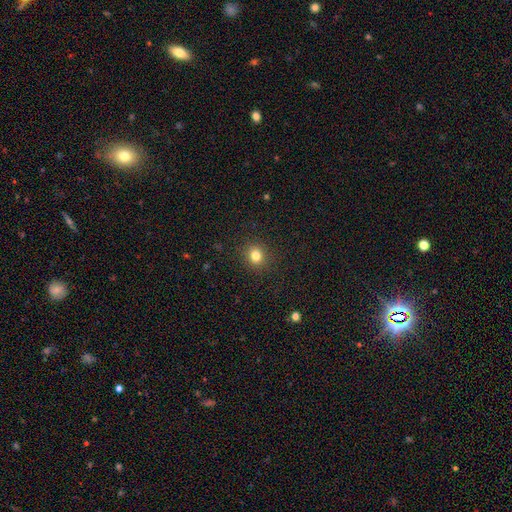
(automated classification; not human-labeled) This is clearly a smooth galaxy (81%). How rounded: clearly round (85%). Merging: clearly none (90%).